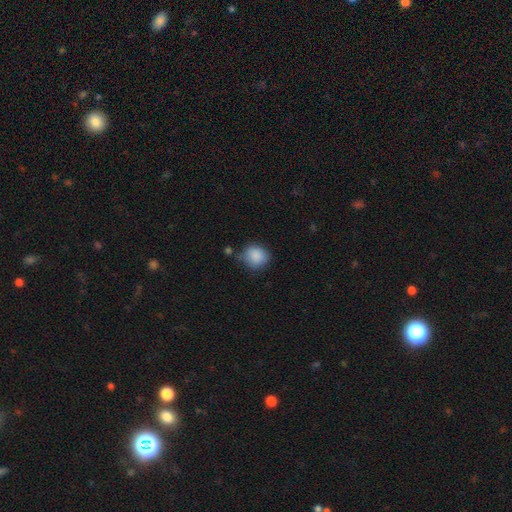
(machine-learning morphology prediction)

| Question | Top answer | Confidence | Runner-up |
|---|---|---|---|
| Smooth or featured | smooth | 88% | star or artifact (8%) |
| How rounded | round | 78% | in between (21%) |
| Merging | none | 71% | minor disturbance (20%) |